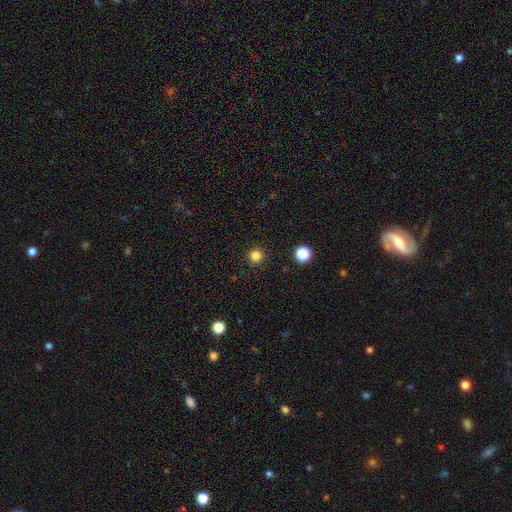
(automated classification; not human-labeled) Smooth or featured? smooth (83%)
How rounded? round (96%)
Merging? none (93%)